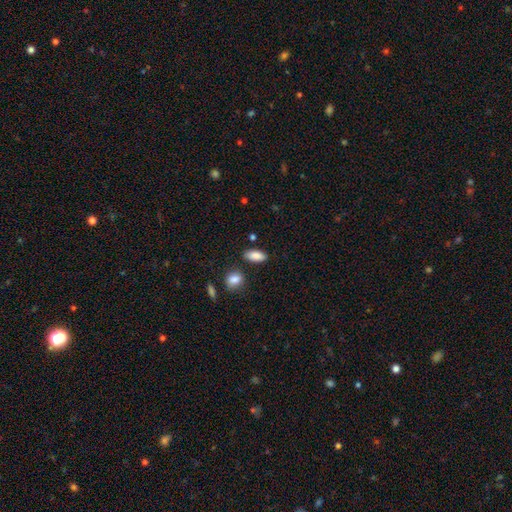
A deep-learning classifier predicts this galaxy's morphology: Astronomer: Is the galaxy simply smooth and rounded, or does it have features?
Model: smooth — 88%.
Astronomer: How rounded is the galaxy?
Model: in between — 86%.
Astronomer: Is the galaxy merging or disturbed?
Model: none — 83%.